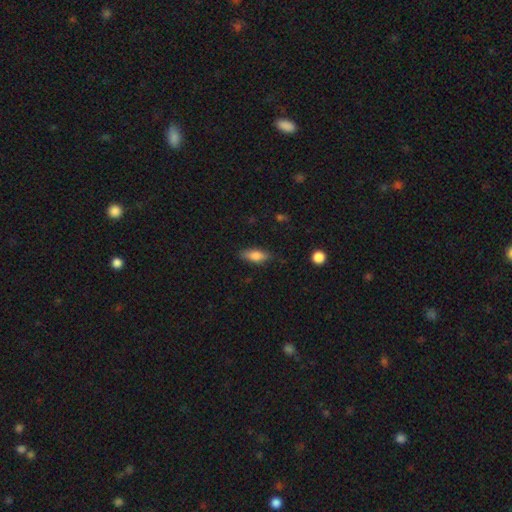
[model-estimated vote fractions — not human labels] Q: Smooth or featured?
A: smooth (73%); runner-up: featured or disk (19%)
Q: How rounded?
A: in between (69%); runner-up: cigar-shaped (28%)
Q: Merging?
A: none (81%); runner-up: minor disturbance (15%)